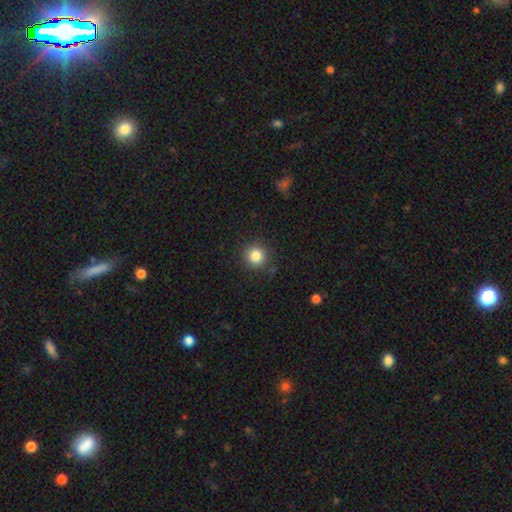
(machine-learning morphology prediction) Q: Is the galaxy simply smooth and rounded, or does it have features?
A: smooth — 83%.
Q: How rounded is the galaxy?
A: round — 94%.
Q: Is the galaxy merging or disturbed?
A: none — 88%.